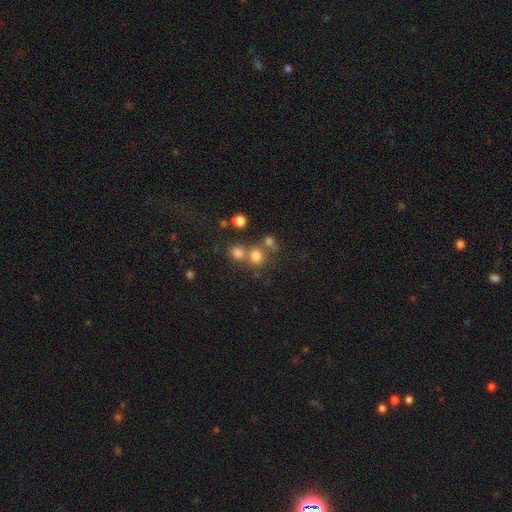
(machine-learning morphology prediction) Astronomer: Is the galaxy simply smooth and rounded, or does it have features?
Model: smooth — 73%.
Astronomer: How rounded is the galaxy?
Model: round — 85%.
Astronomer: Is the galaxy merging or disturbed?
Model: none — 55% (runner-up: merger, 32%).